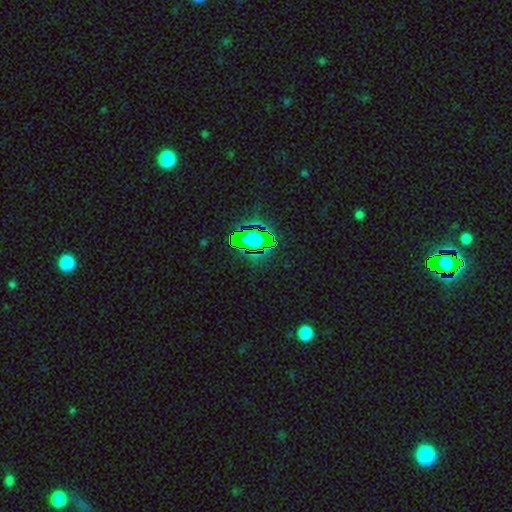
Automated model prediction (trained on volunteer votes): A star or artifact, not a galaxy (76%).